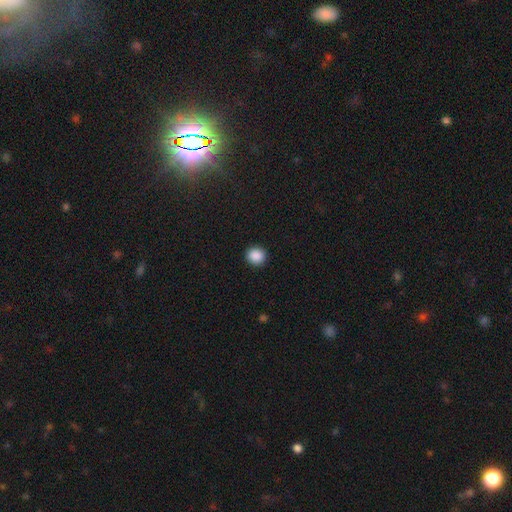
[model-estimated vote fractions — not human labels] Smooth or featured? smooth (89%)
How rounded? round (89%)
Merging? none (92%)